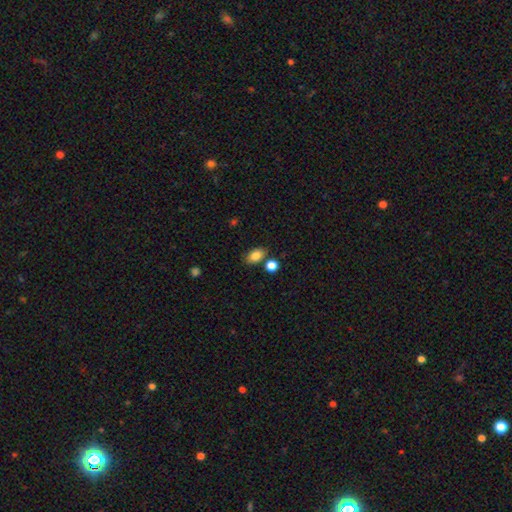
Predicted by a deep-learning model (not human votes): Smooth or featured? smooth (84%)
How rounded? in between (84%)
Merging? none (75%)